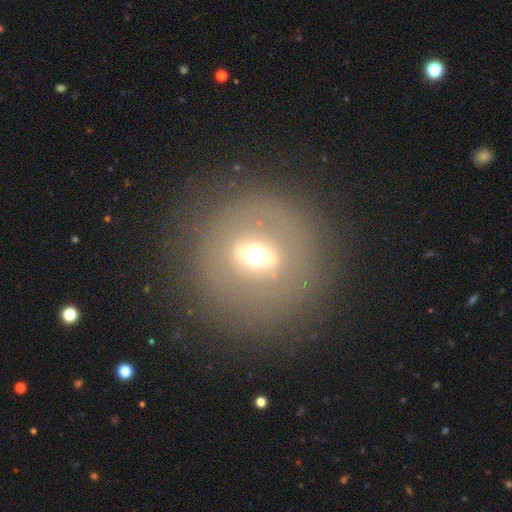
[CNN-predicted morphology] This is marginally a featured or disk galaxy (43%). Merging: clearly none (83%).